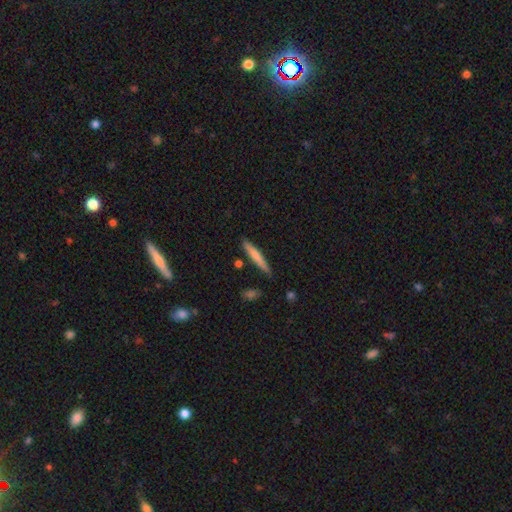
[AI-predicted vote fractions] Smooth or featured: smooth — 71% (featured or disk — 24%)
How rounded: cigar-shaped — 94% (in between — 5%)
Merging: none — 83% (minor disturbance — 12%)